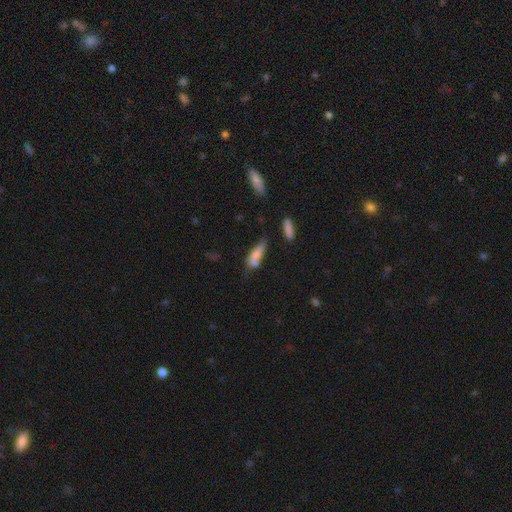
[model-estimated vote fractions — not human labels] Smooth or featured?
  - smooth: 70% *
  - featured or disk: 21%
  - star or artifact: 9%
How rounded?
  - in between: 53% *
  - cigar-shaped: 44%
  - round: 3%
Merging?
  - none: 36% *
  - minor disturbance: 29%
  - merger: 20%
  - major disturbance: 15%